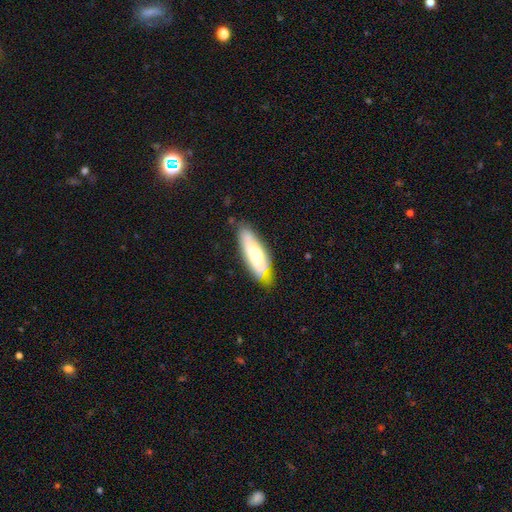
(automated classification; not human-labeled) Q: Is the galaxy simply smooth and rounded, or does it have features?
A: smooth — 59%.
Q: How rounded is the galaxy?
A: in between — 55%.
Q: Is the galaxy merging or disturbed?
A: none — 71%.